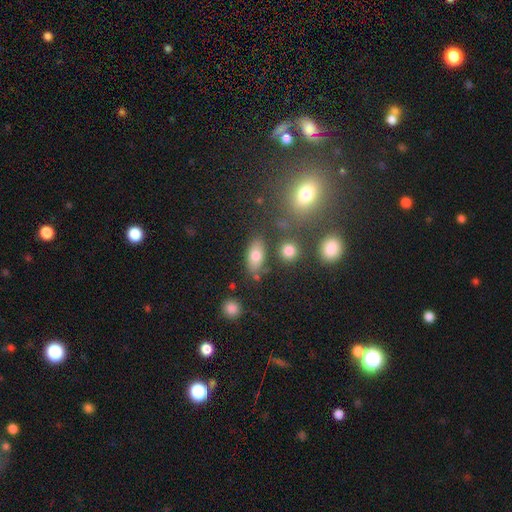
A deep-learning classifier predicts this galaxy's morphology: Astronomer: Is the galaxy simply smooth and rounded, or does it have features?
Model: smooth — 77%.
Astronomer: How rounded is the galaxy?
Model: in between — 86%.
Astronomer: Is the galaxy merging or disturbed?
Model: none — 75%.